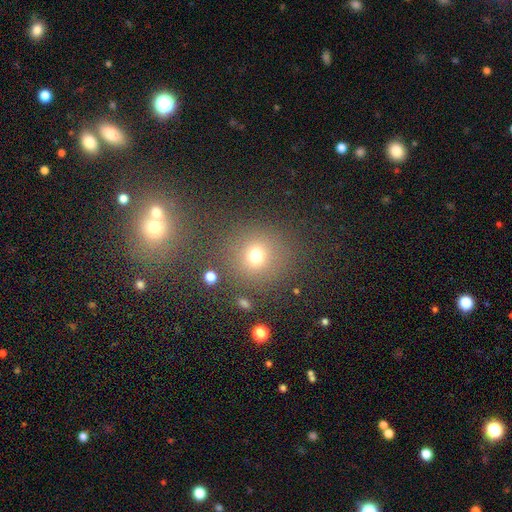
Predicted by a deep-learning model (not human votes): A smooth galaxy with no disk features (71%) that is round (88%).

Vote fractions:
- Smooth or featured? smooth: 71% / star or artifact: 20% / featured or disk: 9%
- How rounded? round: 88% / in between: 11% / cigar-shaped: 1%
- Merging? none: 79% / minor disturbance: 10% / major disturbance: 6% / merger: 5%